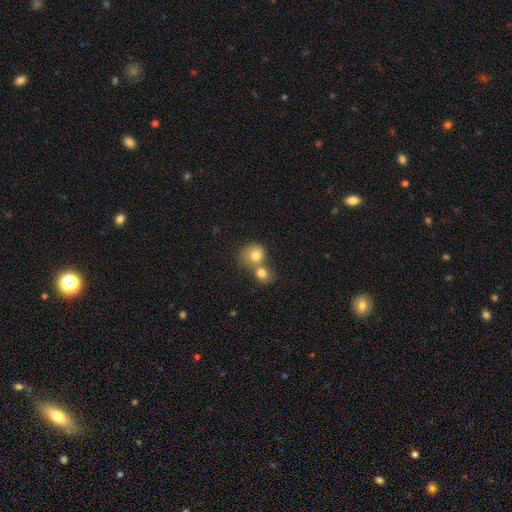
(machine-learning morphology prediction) This is likely a smooth galaxy (77%). How rounded: likely round (76%). Merging: likely merger (63%).